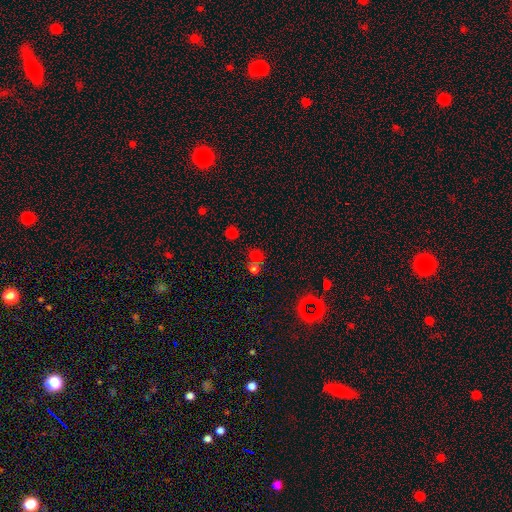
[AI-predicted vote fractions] Smooth or featured?
  - smooth: 60% *
  - star or artifact: 31%
  - featured or disk: 8%
How rounded?
  - round: 83% *
  - in between: 16%
  - cigar-shaped: 1%
Merging?
  - none: 59% *
  - merger: 27%
  - minor disturbance: 9%
  - major disturbance: 5%